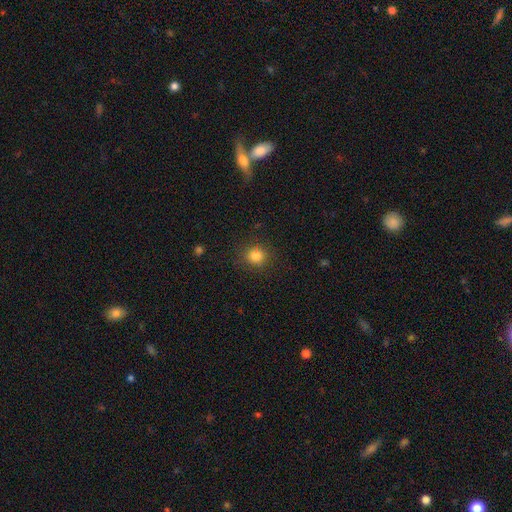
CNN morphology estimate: A smooth galaxy with no disk features (83%) that is round (87%).

Vote fractions:
- Smooth or featured? smooth: 83% / star or artifact: 12% / featured or disk: 5%
- How rounded? round: 87% / in between: 12% / cigar-shaped: 1%
- Merging? none: 87% / minor disturbance: 8% / major disturbance: 3% / merger: 1%